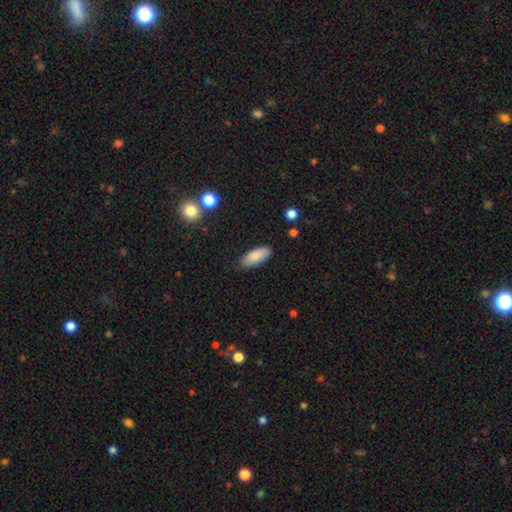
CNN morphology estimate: Q: Smooth or featured?
A: smooth (84%); runner-up: featured or disk (9%)
Q: How rounded?
A: in between (82%); runner-up: cigar-shaped (16%)
Q: Merging?
A: none (81%); runner-up: minor disturbance (15%)